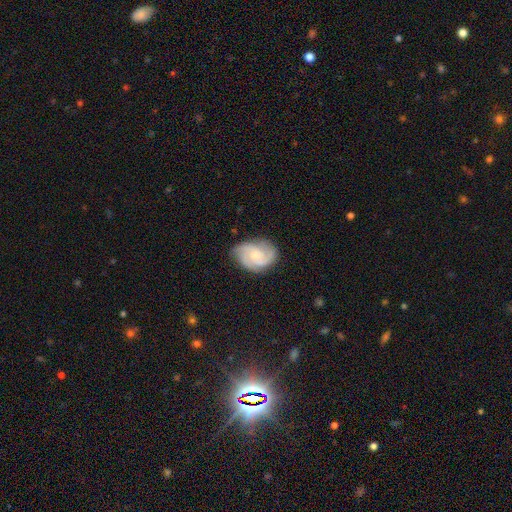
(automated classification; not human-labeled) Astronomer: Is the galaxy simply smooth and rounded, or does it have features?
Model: featured or disk — 76%.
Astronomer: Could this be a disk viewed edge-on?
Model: no — 98%.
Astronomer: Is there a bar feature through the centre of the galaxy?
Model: no — 70%.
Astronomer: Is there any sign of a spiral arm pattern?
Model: yes — 95%.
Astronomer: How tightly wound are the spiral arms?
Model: medium — 46% (runner-up: tight, 42%).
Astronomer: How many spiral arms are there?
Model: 3 — 50% (runner-up: 2, 25%).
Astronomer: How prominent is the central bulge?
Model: small — 58% (runner-up: moderate, 35%).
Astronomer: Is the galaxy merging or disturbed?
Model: none — 70%.